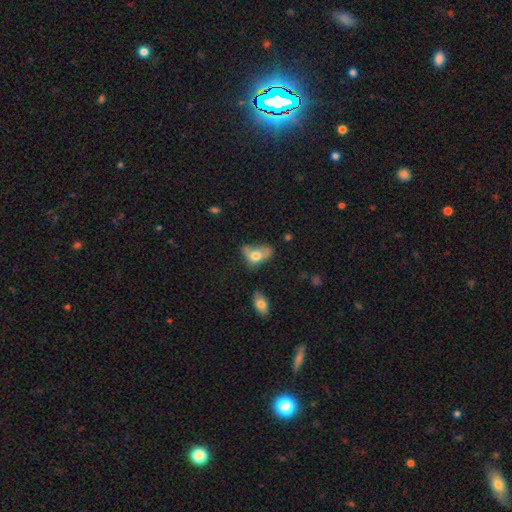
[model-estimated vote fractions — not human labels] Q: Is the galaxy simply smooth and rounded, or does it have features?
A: smooth — 64%.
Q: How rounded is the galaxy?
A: in between — 81%.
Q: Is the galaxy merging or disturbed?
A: major disturbance — 36%.